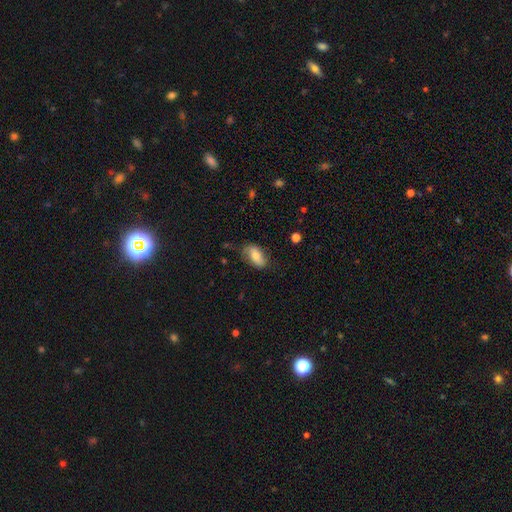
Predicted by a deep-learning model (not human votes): Smooth or featured?
  - smooth: 67% *
  - featured or disk: 26%
  - star or artifact: 7%
How rounded?
  - in between: 91% *
  - round: 5%
  - cigar-shaped: 4%
Merging?
  - none: 67% *
  - minor disturbance: 25%
  - major disturbance: 7%
  - merger: 2%